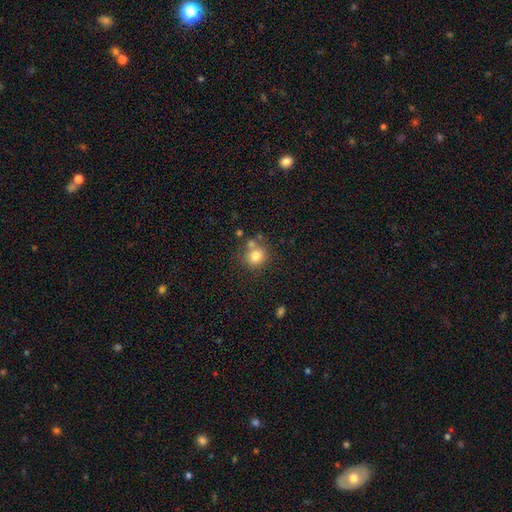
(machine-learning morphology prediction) Smooth or featured? smooth (80%)
How rounded? round (84%)
Merging? none (65%)